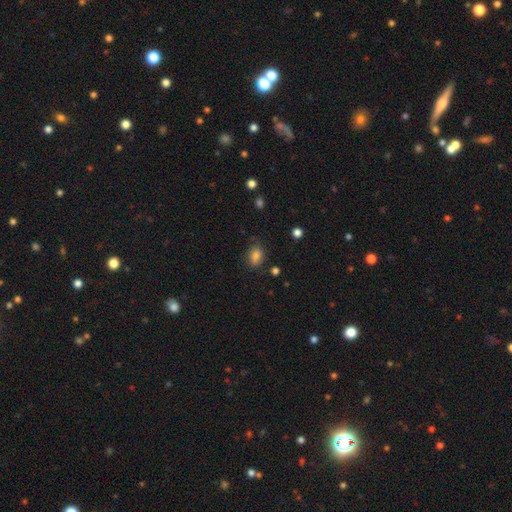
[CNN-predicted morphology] This appears to be a smooth galaxy with no disk features (82%) that is in between round and cigar-shaped (71%). Merging: none (73%).